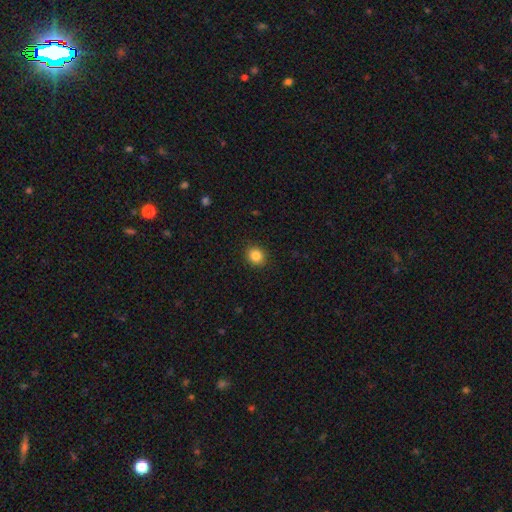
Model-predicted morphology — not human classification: This appears to be a smooth galaxy with no disk features (85%) that is round (78%). Merging: none (91%).